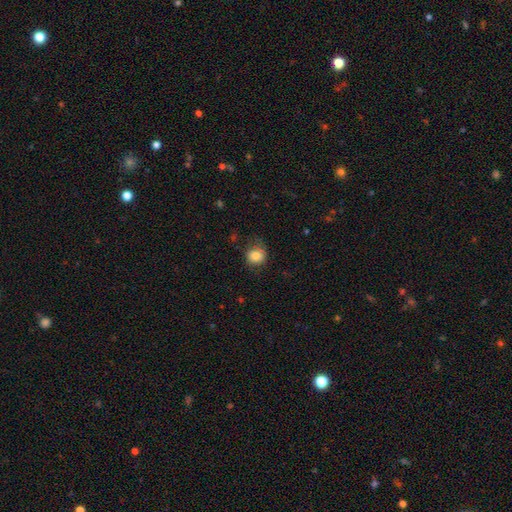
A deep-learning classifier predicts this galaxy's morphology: smooth_or_featured: smooth (p=0.82) [alt: star or artifact p=0.09]
how_rounded: round (p=0.78) [alt: in between p=0.21]
merging: none (p=0.63) [alt: minor disturbance p=0.24]